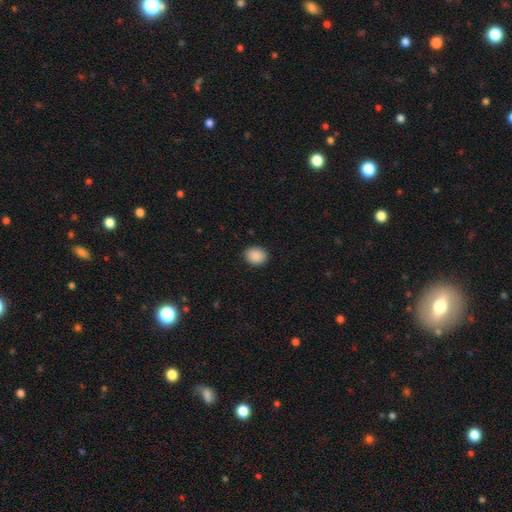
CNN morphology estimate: type=smooth (89%); roundness=round (53%); merging=none (89%).